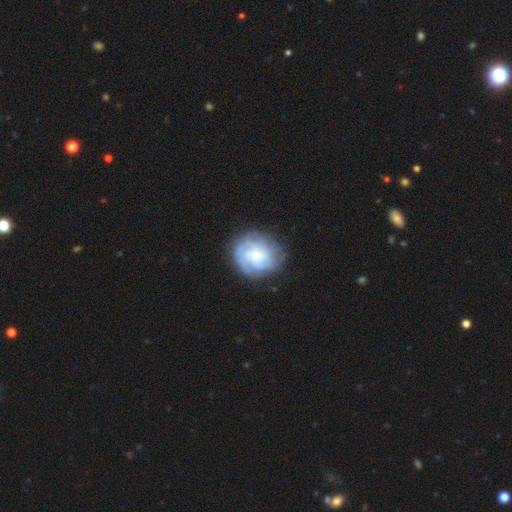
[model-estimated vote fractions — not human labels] A featured or disk galaxy (70%) with no bar (70%), tight (68%) spiral arms (91%) and a small central bulge (49%).

Vote fractions:
- Smooth or featured? featured or disk: 70% / smooth: 24% / star or artifact: 7%
- Edge-on disk? no: 98% / yes: 2%
- Bar? no: 70% / weak: 25% / strong: 4%
- Spiral arms? yes: 91% / no: 9%
- Spiral winding? tight: 68% / medium: 25% / loose: 7%
- Spiral arm count? can't tell: 42% / 3: 19% / 2: 18% / 4: 8% / 1: 7% / more than 4: 5%
- Bulge size? small: 49% / none: 21% / moderate: 21% / large: 7% / dominant: 2%
- Merging? none: 72% / minor disturbance: 18% / major disturbance: 9% / merger: 2%